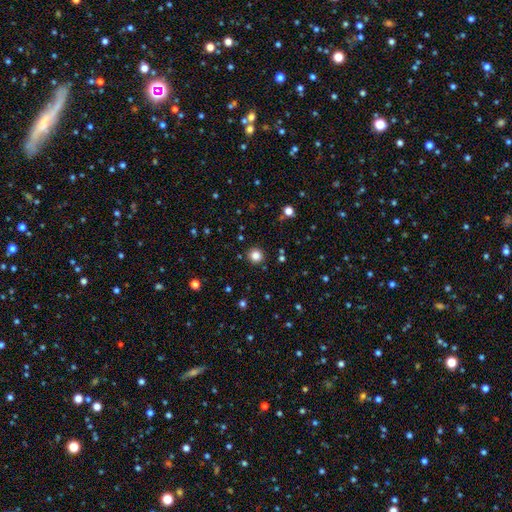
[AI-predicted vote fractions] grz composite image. It shows a smooth galaxy with no disk features (83%) that is round (95%). Merging: none (91%).